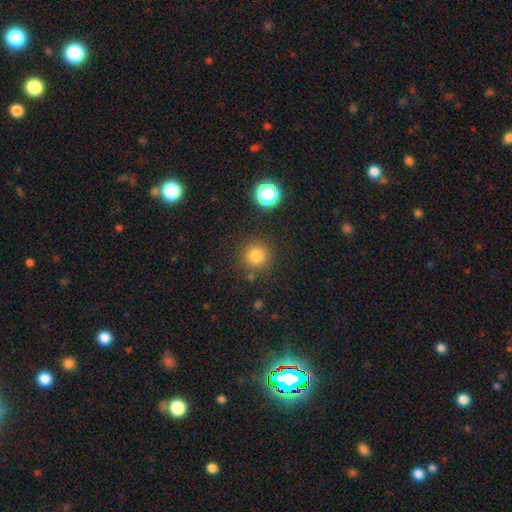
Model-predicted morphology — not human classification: Smooth or featured? smooth (81%)
How rounded? round (94%)
Merging? none (86%)